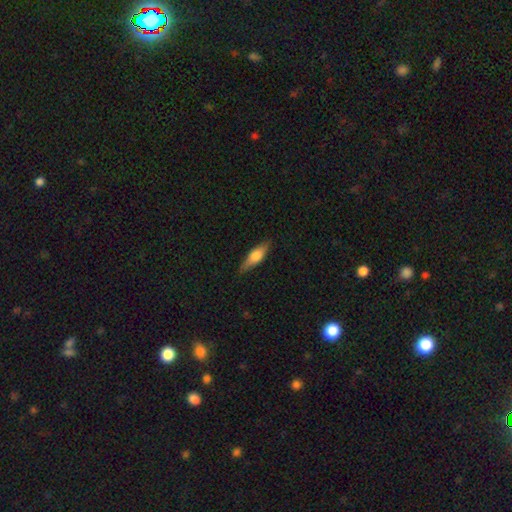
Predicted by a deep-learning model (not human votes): Overall: smooth (51%; featured or disk 43%). How rounded: cigar-shaped (51%; in between 46%). Merging: none (84%).